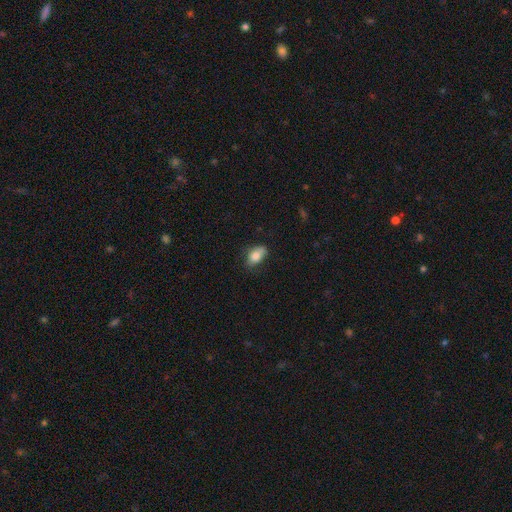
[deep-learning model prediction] The model was most divided on "merging": none: 59%, minor disturbance: 30%, major disturbance: 8%, merger: 2%. More confident: how rounded — in between (88%); smooth or featured — smooth (82%).